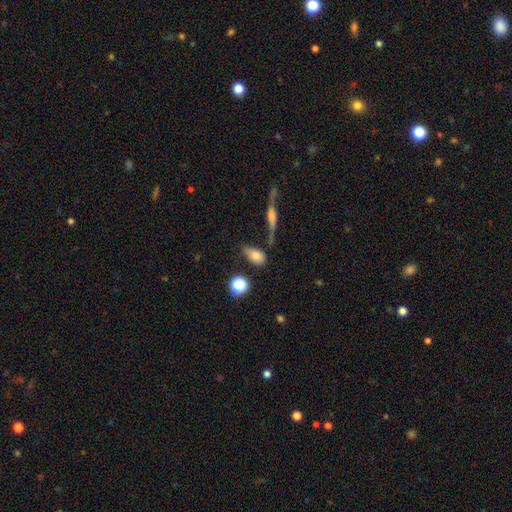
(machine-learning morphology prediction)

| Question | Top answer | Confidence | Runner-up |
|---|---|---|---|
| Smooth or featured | smooth | 75% | featured or disk (14%) |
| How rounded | in between | 84% | round (11%) |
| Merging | none | 50% | minor disturbance (23%) |